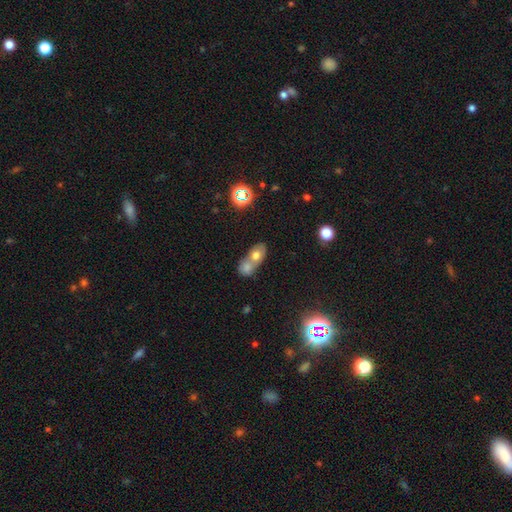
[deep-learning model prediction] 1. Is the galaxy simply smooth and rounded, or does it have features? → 66% smooth, 21% featured or disk, 12% star or artifact.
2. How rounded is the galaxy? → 69% in between, 27% round, 3% cigar-shaped.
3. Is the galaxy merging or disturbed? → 67% merger, 22% none, 7% minor disturbance, 4% major disturbance.